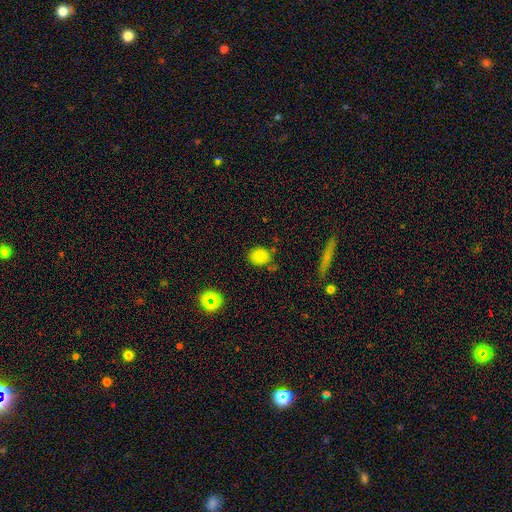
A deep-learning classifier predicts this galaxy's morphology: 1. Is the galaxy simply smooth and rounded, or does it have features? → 79% smooth, 16% star or artifact, 5% featured or disk.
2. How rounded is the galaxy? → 59% round, 39% in between, 2% cigar-shaped.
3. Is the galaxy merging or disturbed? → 72% none, 18% minor disturbance, 5% merger, 5% major disturbance.